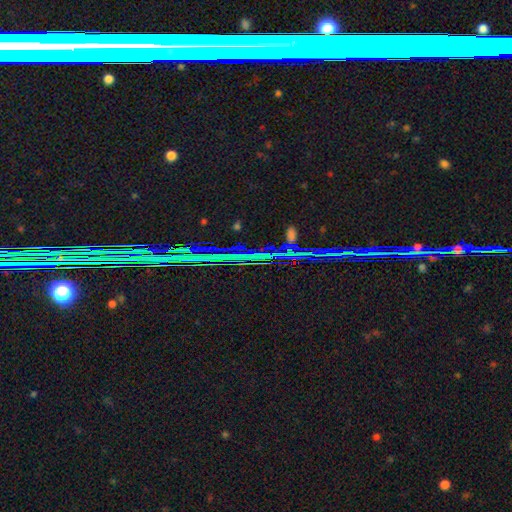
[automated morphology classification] Smooth or featured: star or artifact — 80% (featured or disk — 12%)